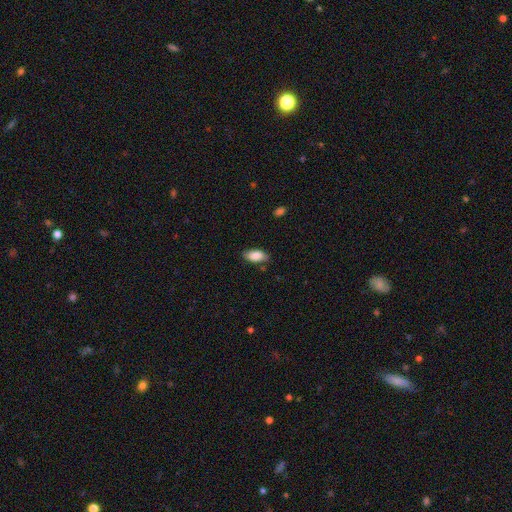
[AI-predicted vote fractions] This is clearly a smooth galaxy (86%). How rounded: clearly in between (91%). Merging: likely none (76%).